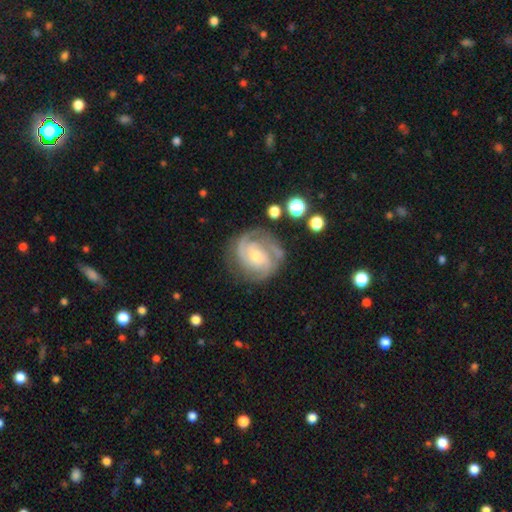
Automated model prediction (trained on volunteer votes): A featured or disk galaxy (86%) with no bar (61%), 2 (46%) tight (59%) spiral arms (96%) and a small central bulge (60%).

Vote fractions:
- Smooth or featured? featured or disk: 86% / smooth: 8% / star or artifact: 6%
- Edge-on disk? no: 98% / yes: 2%
- Bar? no: 61% / weak: 30% / strong: 9%
- Spiral arms? yes: 96% / no: 4%
- Spiral winding? tight: 59% / medium: 34% / loose: 7%
- Spiral arm count? 2: 46% / 3: 26% / can't tell: 16% / 1: 5% / 4: 5% / more than 4: 4%
- Bulge size? small: 60% / moderate: 36% / large: 2% / none: 1% / dominant: 1%
- Merging? none: 73% / minor disturbance: 17% / major disturbance: 8% / merger: 2%